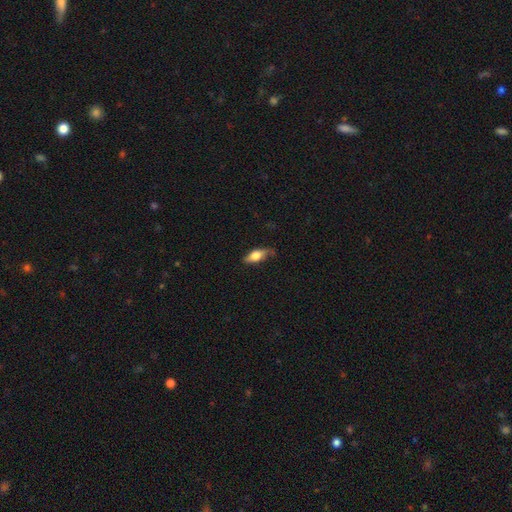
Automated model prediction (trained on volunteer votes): The model was most divided on "merging": none: 63%, minor disturbance: 29%, major disturbance: 7%, merger: 2%. More confident: how rounded — in between (77%); smooth or featured — smooth (65%).